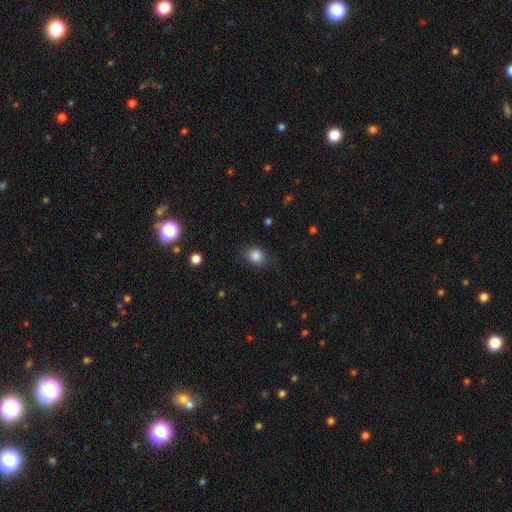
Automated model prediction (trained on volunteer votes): Smooth or featured? smooth (84%)
How rounded? round (55%)
Merging? none (78%)